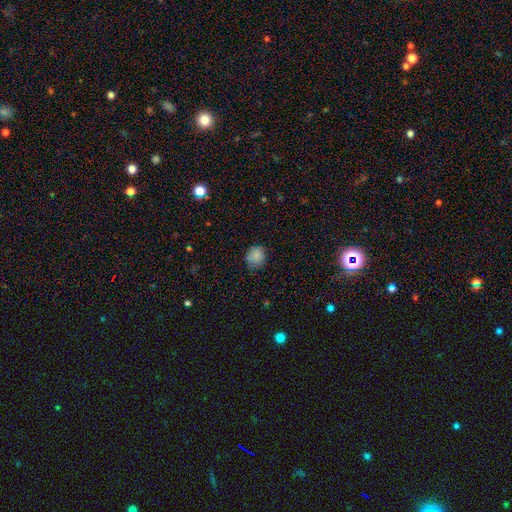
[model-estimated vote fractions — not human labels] smooth-or-featured: smooth: 83% | star or artifact: 10% | featured or disk: 7%
  how-rounded: round: 78% | in between: 22% | cigar-shaped: 1%
  merging: none: 72% | minor disturbance: 22% | major disturbance: 5% | merger: 1%